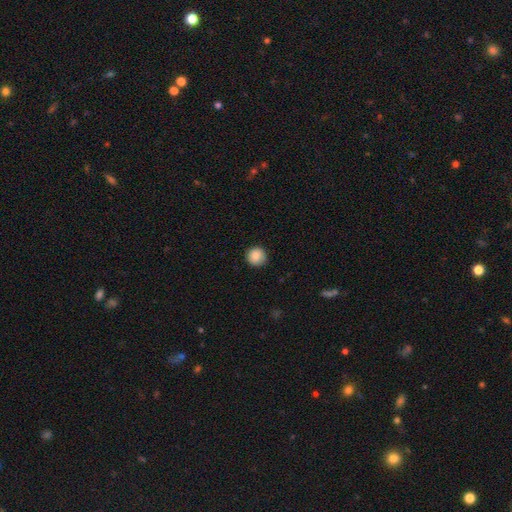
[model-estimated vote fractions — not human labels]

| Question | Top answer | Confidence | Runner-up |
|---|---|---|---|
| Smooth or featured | smooth | 88% | star or artifact (9%) |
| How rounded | round | 94% | in between (5%) |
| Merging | none | 88% | minor disturbance (9%) |